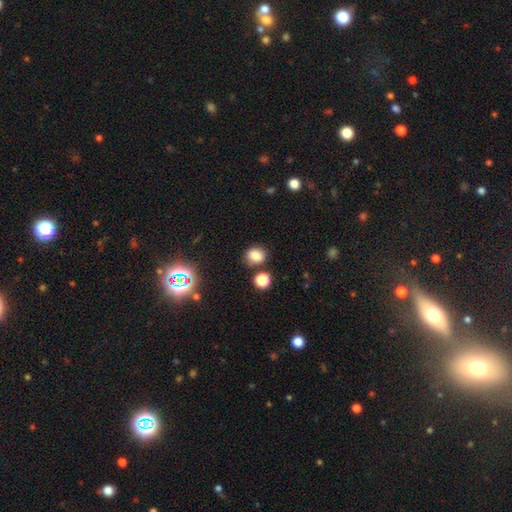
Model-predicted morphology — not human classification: smooth-or-featured: smooth: 80% | star or artifact: 14% | featured or disk: 6%
  how-rounded: round: 59% | in between: 39% | cigar-shaped: 1%
  merging: none: 76% | minor disturbance: 12% | merger: 8% | major disturbance: 4%